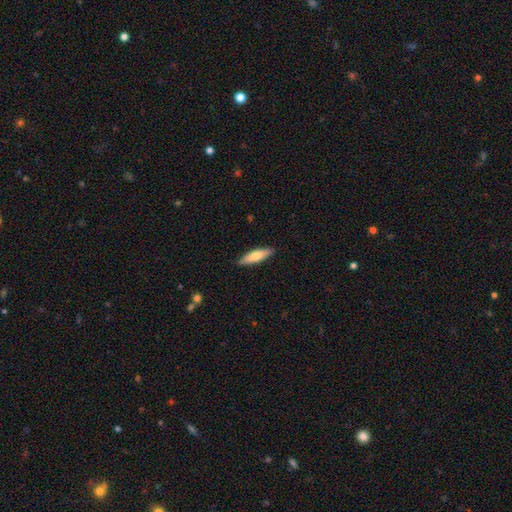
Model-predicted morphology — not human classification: smooth-or-featured: smooth: 70% | featured or disk: 25% | star or artifact: 5%
  how-rounded: cigar-shaped: 63% | in between: 35% | round: 2%
  merging: none: 88% | minor disturbance: 9% | major disturbance: 2% | merger: 1%